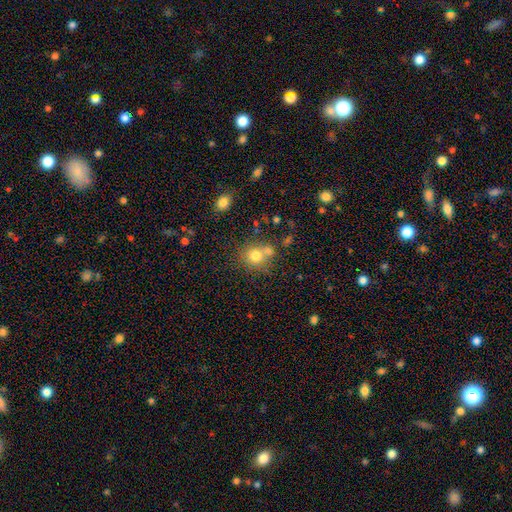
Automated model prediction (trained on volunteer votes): Morphology: type=smooth (76%); roundness=round (83%); merging=none (56%).